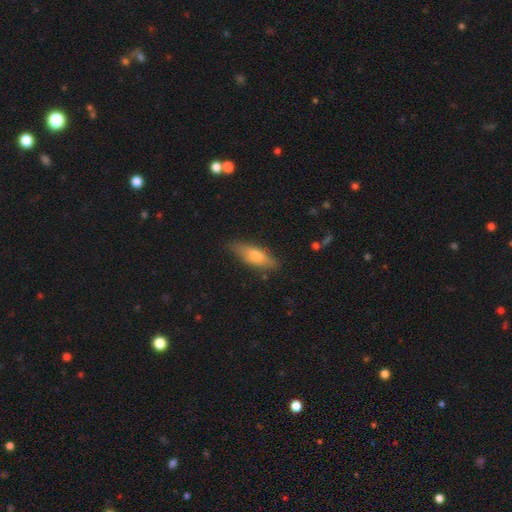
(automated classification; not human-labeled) The model was most divided on "how rounded": cigar-shaped: 53%, in between: 44%, round: 3%. More confident: merging — none (82%); smooth or featured — smooth (57%).